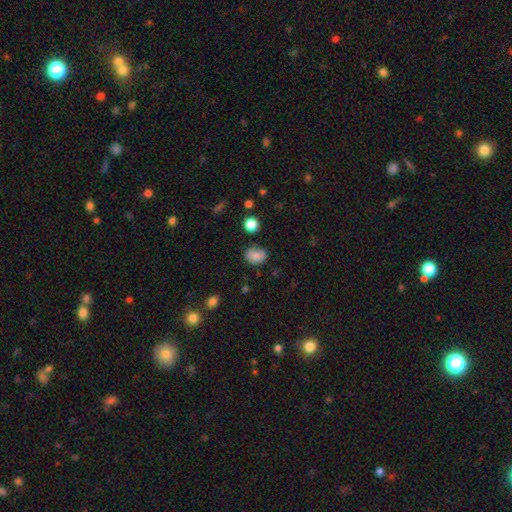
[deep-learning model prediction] This is clearly a smooth galaxy (83%). How rounded: possibly in between (54%). Merging: likely none (75%).